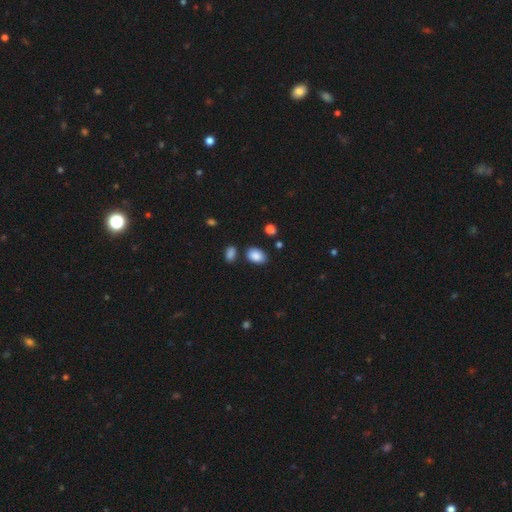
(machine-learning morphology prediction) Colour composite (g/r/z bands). It shows a smooth galaxy with no disk features (87%) that is in between round and cigar-shaped (84%). Merging: none (77%).